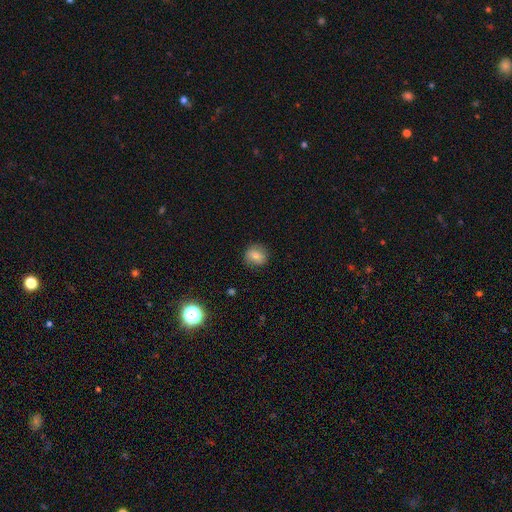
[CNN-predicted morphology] Overall: smooth (73%). How rounded: round (84%). Merging: none (84%).